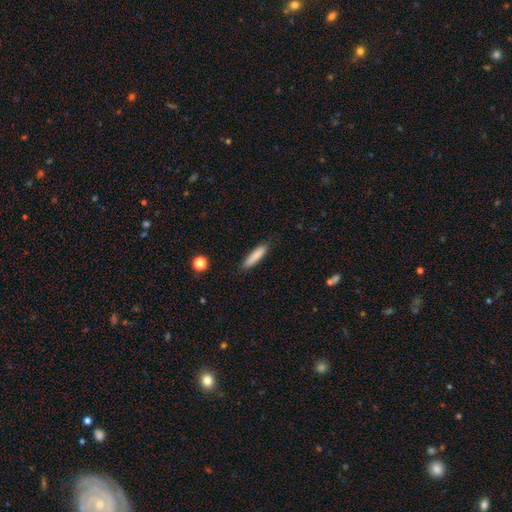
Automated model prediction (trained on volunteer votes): A smooth galaxy with no disk features (84%) that is cigar-shaped (84%).

Vote fractions:
- Smooth or featured? smooth: 84% / featured or disk: 10% / star or artifact: 7%
- How rounded? cigar-shaped: 84% / in between: 14% / round: 1%
- Merging? none: 87% / minor disturbance: 10% / major disturbance: 2% / merger: 1%